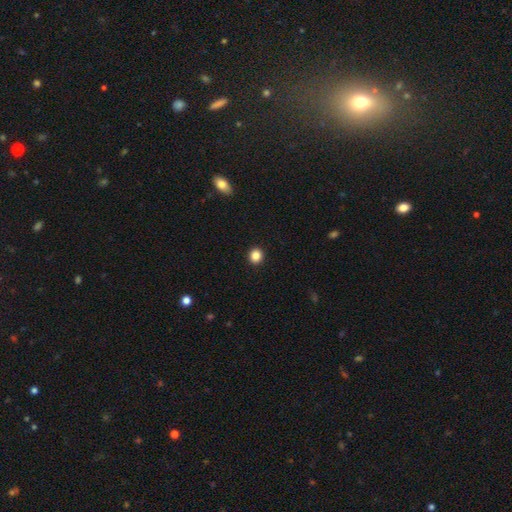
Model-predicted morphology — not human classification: Smooth or featured? Predicted: smooth (p=0.86). How rounded? Predicted: round (p=0.86). Merging? Predicted: none (p=0.93).